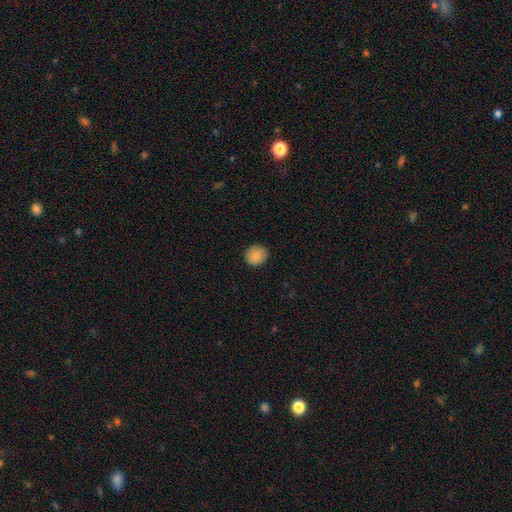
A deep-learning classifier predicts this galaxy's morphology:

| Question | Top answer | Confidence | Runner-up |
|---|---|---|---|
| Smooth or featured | smooth | 87% | star or artifact (8%) |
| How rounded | round | 82% | in between (17%) |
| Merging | none | 88% | minor disturbance (9%) |